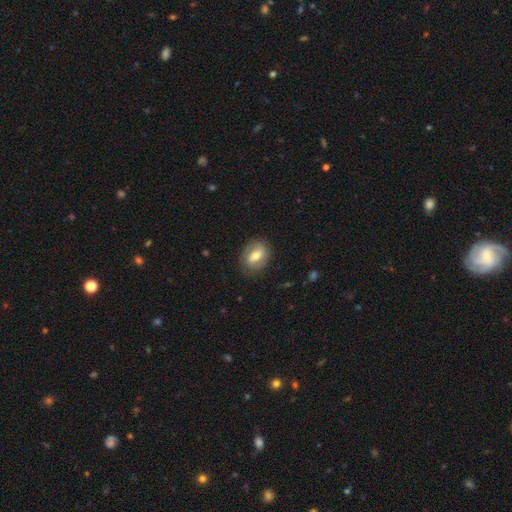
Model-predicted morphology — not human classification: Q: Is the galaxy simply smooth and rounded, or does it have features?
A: smooth — 57%.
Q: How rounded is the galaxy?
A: in between — 67%.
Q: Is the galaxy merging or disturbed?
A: none — 82%.